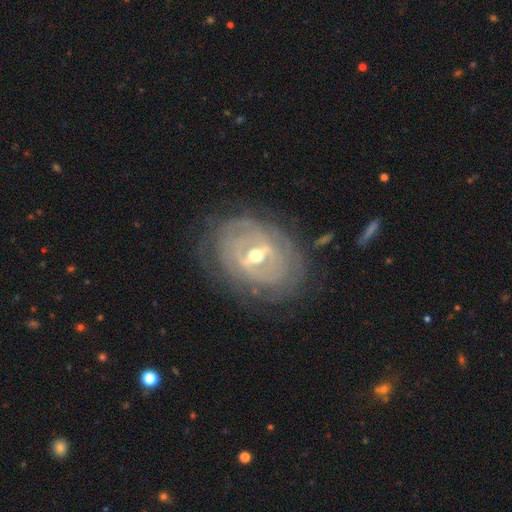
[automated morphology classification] Smooth or featured: featured or disk — 86% (smooth — 9%)
Edge-on disk: no — 94% (yes — 6%)
Bar: strong — 50% (weak — 38%)
Spiral arms: yes — 74% (no — 26%)
Spiral winding: tight — 74% (medium — 19%)
Spiral arm count: can't tell — 52% (2 — 22%)
Bulge size: moderate — 69% (small — 25%)
Merging: none — 73% (minor disturbance — 17%)